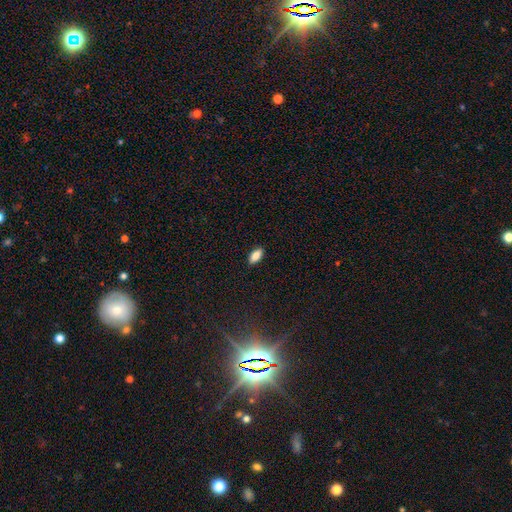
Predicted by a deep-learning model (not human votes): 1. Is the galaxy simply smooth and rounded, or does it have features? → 83% smooth, 9% featured or disk, 8% star or artifact.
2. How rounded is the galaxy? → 84% in between, 13% cigar-shaped, 3% round.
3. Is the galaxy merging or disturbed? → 89% none, 9% minor disturbance, 2% major disturbance, 1% merger.